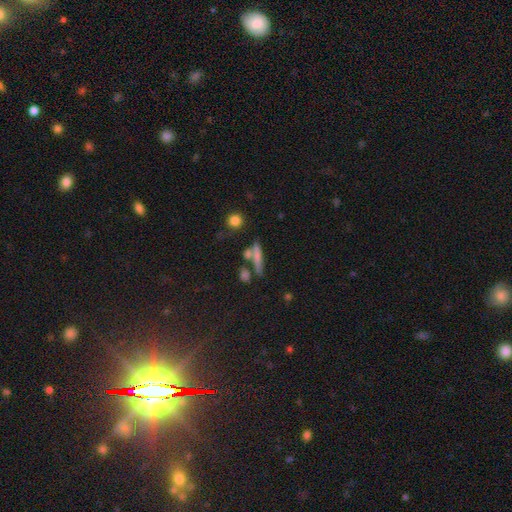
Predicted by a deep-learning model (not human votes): A smooth galaxy with no disk features (63%) that is cigar-shaped (80%).

Vote fractions:
- Smooth or featured? smooth: 63% / featured or disk: 26% / star or artifact: 11%
- How rounded? cigar-shaped: 80% / in between: 14% / round: 6%
- Merging? none: 55% / merger: 24% / minor disturbance: 14% / major disturbance: 7%